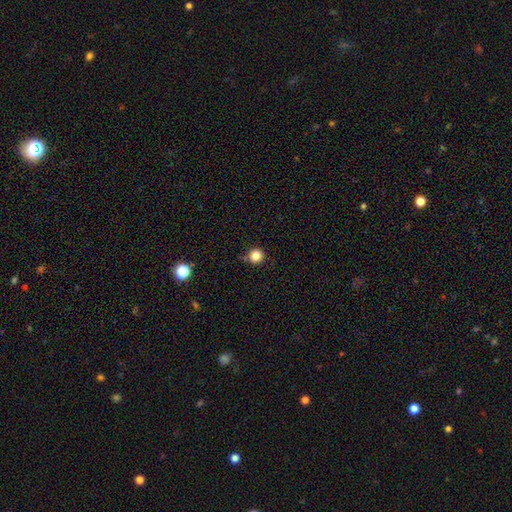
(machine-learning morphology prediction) This appears to be a smooth galaxy with no disk features (83%) that is round (93%). Merging: none (83%).